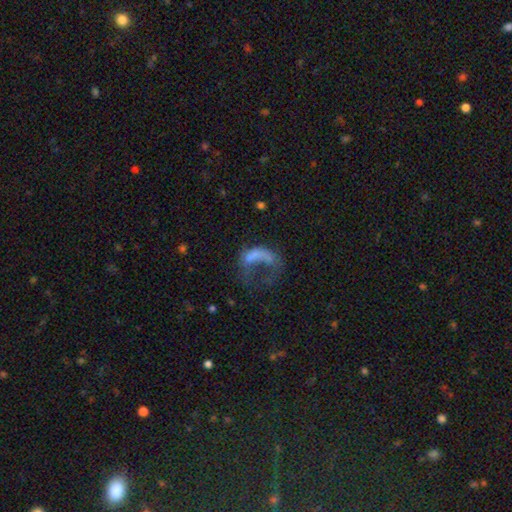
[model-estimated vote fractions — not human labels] Overall: featured or disk (47%; smooth 39%). Merging: major disturbance (61%).